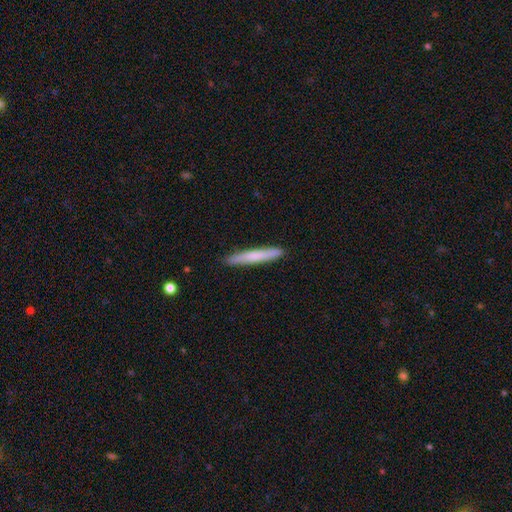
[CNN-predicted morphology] A smooth galaxy with no disk features (68%) that is cigar-shaped (96%). Merging: none (91%).